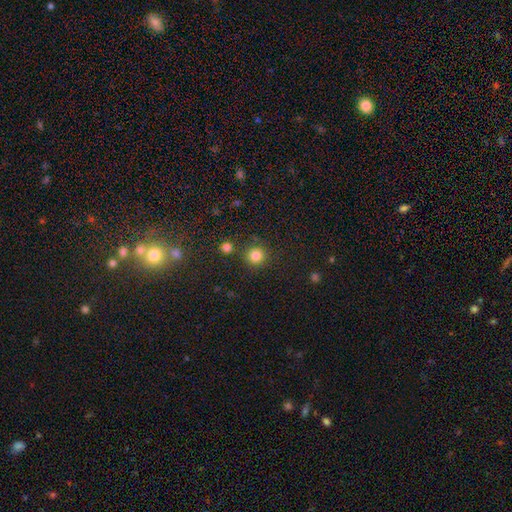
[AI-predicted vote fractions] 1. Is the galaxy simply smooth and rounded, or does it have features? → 82% smooth, 13% star or artifact, 5% featured or disk.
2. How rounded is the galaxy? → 94% round, 5% in between, 1% cigar-shaped.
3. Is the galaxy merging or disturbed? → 84% none, 7% minor disturbance, 6% merger, 3% major disturbance.